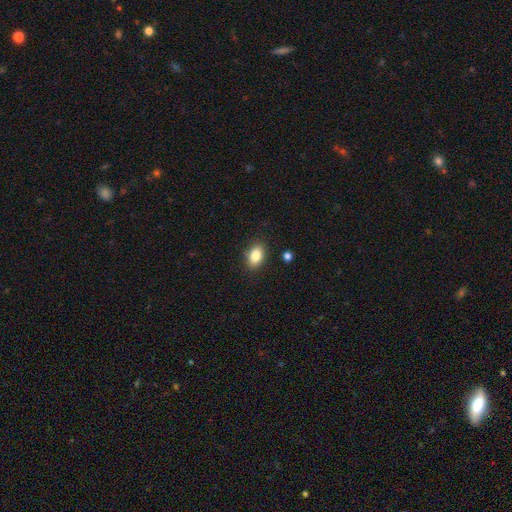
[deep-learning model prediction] A smooth galaxy with no disk features (84%) that is in between round and cigar-shaped (84%). Merging: none (87%).